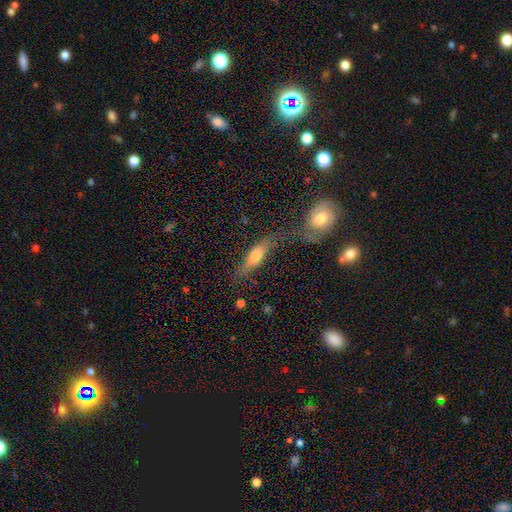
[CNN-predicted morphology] smooth_or_featured: smooth (p=0.55) [alt: featured or disk p=0.36]
how_rounded: cigar-shaped (p=0.50) [alt: in between p=0.45]
merging: none (p=0.46) [alt: merger p=0.29]